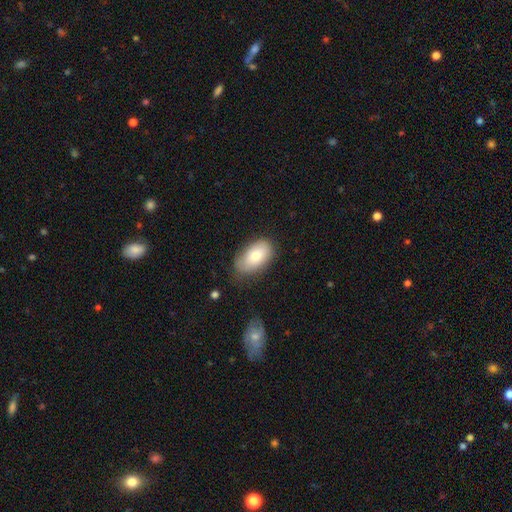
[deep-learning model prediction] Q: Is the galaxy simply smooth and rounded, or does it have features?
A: smooth — 75%.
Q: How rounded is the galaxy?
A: in between — 93%.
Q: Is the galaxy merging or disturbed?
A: none — 68%.